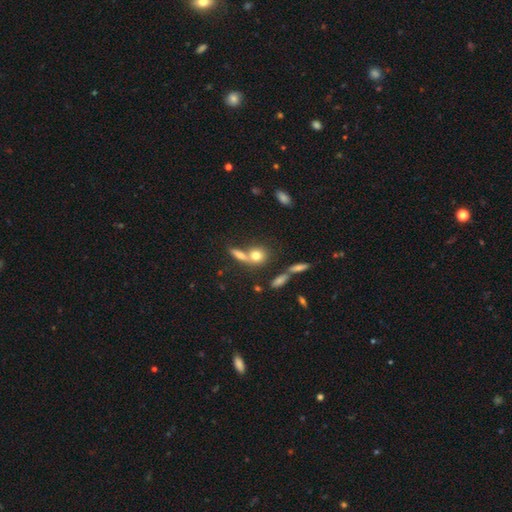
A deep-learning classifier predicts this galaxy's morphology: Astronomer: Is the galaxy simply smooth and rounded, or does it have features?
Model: smooth — 72%.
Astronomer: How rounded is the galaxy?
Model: round — 59%.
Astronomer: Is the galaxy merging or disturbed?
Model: none — 47% (runner-up: merger, 37%).